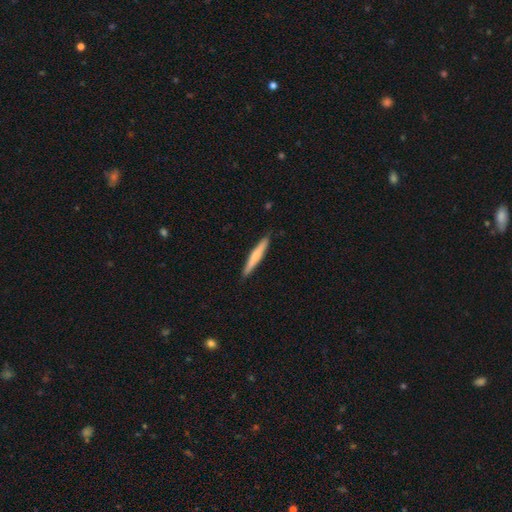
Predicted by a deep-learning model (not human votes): Morphology: type=smooth (60%); roundness=cigar-shaped (94%); merging=none (89%).